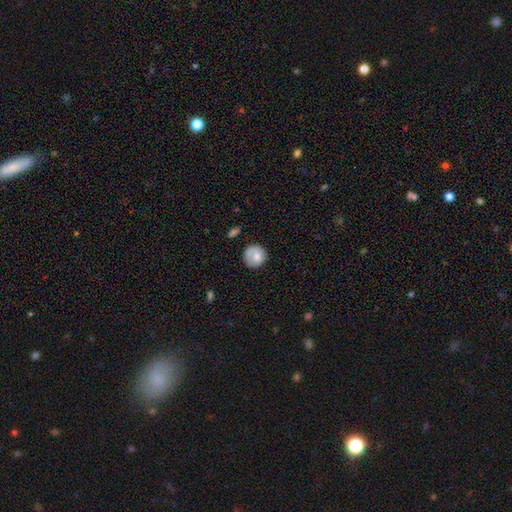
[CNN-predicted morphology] Smooth or featured? Predicted: smooth (p=0.74). How rounded? Predicted: round (p=0.90). Merging? Predicted: none (p=0.71).